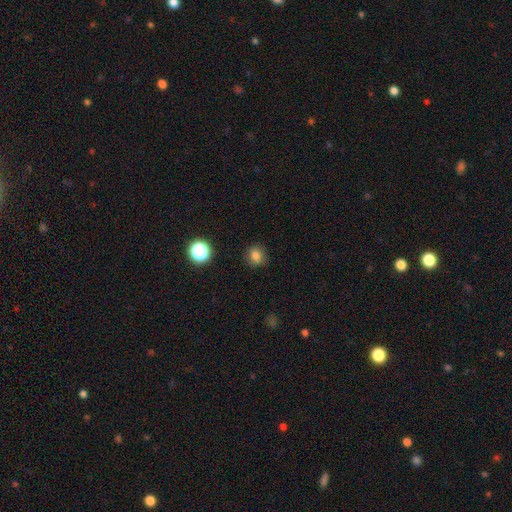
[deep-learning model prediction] This is likely a smooth galaxy (79%). How rounded: likely round (78%). Merging: clearly none (88%).